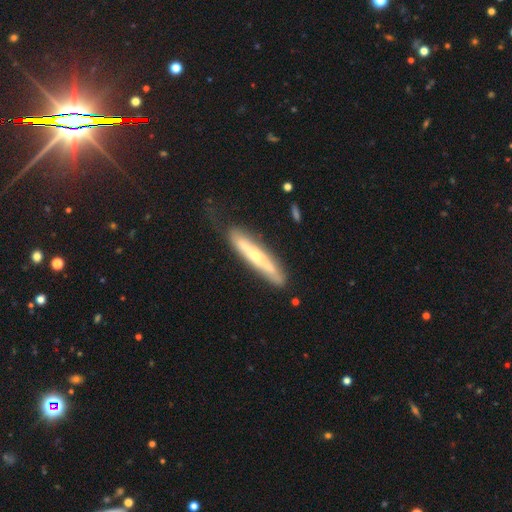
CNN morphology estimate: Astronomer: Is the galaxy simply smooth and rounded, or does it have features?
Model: featured or disk — 62%.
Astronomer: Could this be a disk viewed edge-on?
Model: yes — 75%.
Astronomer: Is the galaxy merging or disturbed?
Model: none — 65%.